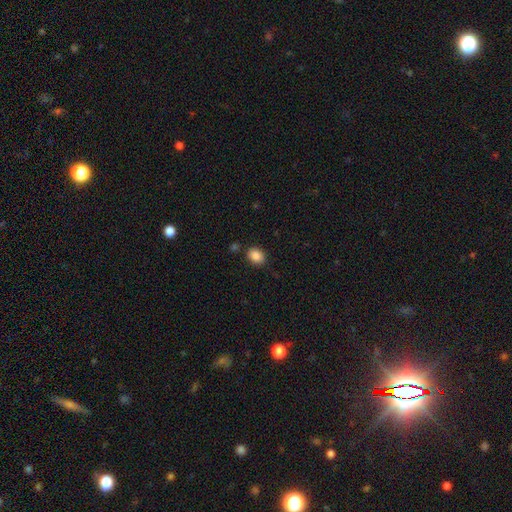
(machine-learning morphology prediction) This appears to be a smooth galaxy with no disk features (87%) that is in between round and cigar-shaped (61%). Merging: none (84%).